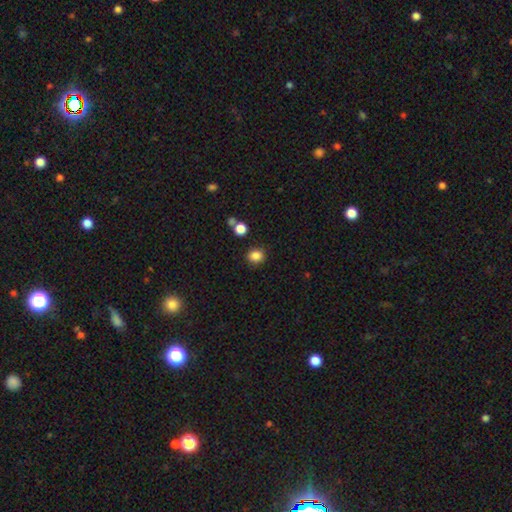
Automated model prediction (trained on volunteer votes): Q: Smooth or featured?
A: smooth (85%); runner-up: star or artifact (11%)
Q: How rounded?
A: round (75%); runner-up: in between (24%)
Q: Merging?
A: none (86%); runner-up: minor disturbance (8%)